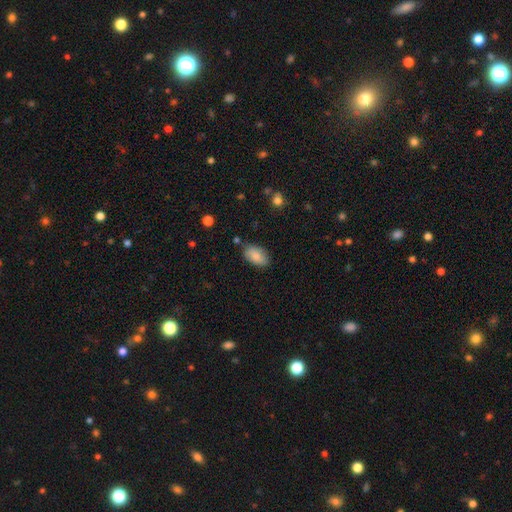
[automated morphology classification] Smooth or featured? Predicted: smooth (p=0.87). How rounded? Predicted: in between (p=0.94). Merging? Predicted: none (p=0.79).